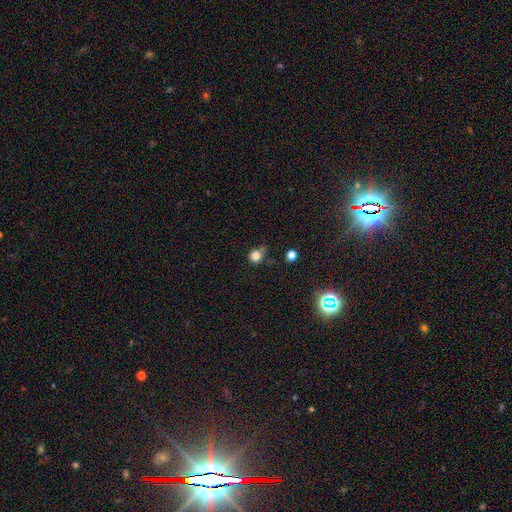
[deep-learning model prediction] Smooth or featured? smooth (80%)
How rounded? round (85%)
Merging? none (54%)